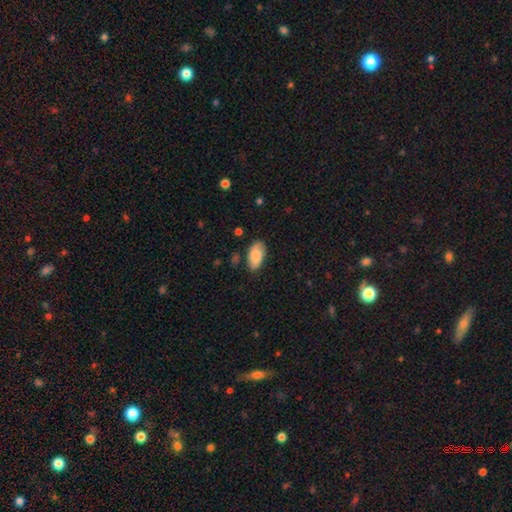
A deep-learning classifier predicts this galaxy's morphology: A smooth galaxy with no disk features (79%) that is in between round and cigar-shaped (94%).

Vote fractions:
- Smooth or featured? smooth: 79% / featured or disk: 15% / star or artifact: 6%
- How rounded? in between: 94% / round: 3% / cigar-shaped: 3%
- Merging? none: 78% / minor disturbance: 17% / major disturbance: 3% / merger: 2%